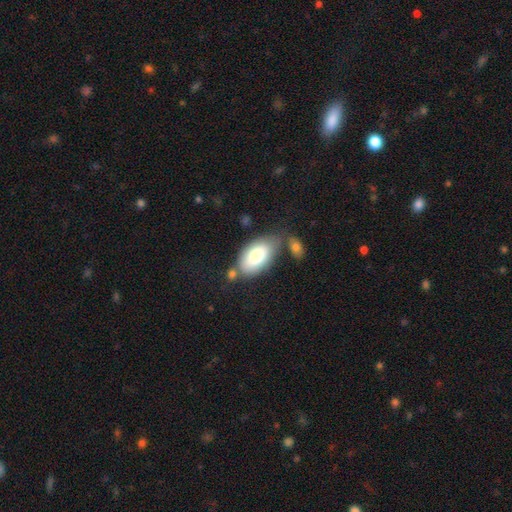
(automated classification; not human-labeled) smooth-or-featured: smooth: 78% | featured or disk: 16% | star or artifact: 6%
  how-rounded: in between: 94% | round: 4% | cigar-shaped: 2%
  merging: none: 55% | minor disturbance: 20% | merger: 18% | major disturbance: 7%